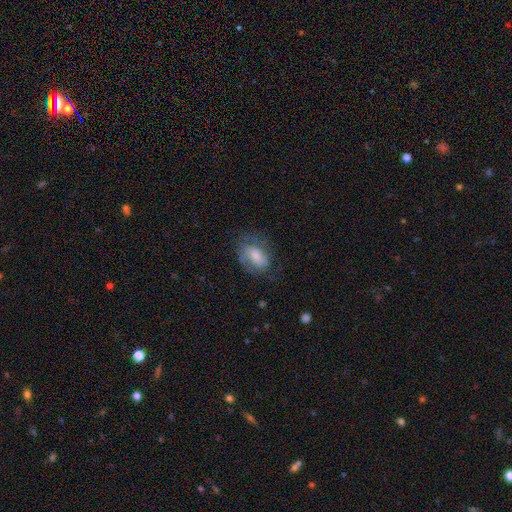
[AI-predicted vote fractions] Overall: smooth (64%; featured or disk 28%). How rounded: in between (85%). Merging: none (56%; minor disturbance 26%).